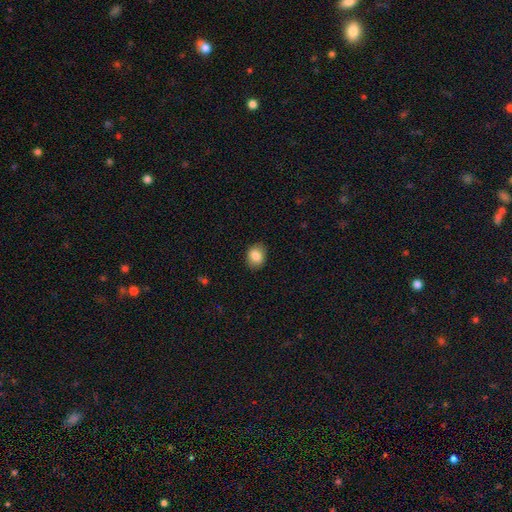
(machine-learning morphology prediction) Smooth or featured: smooth — 85% (star or artifact — 8%)
How rounded: in between — 54% (round — 45%)
Merging: none — 86% (minor disturbance — 10%)